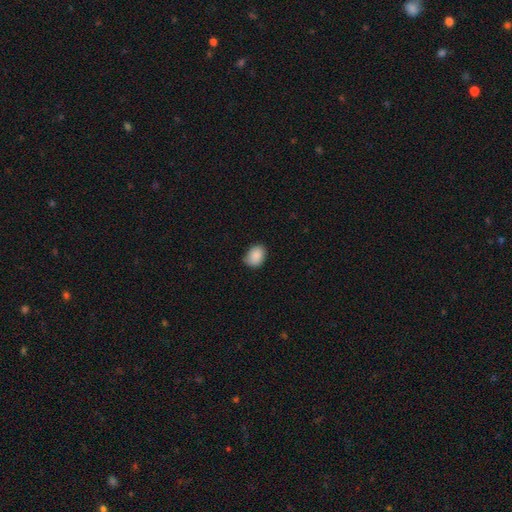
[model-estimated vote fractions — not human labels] smooth-or-featured: smooth: 89% | star or artifact: 7% | featured or disk: 4%
  how-rounded: in between: 70% | round: 29% | cigar-shaped: 1%
  merging: none: 74% | minor disturbance: 21% | major disturbance: 3% | merger: 1%